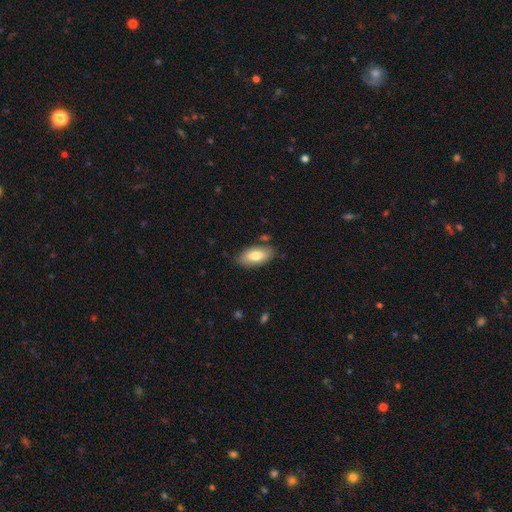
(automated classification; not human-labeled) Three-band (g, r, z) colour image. It shows a smooth galaxy with no disk features (76%) that is in between round and cigar-shaped (91%). Merging: none (80%).